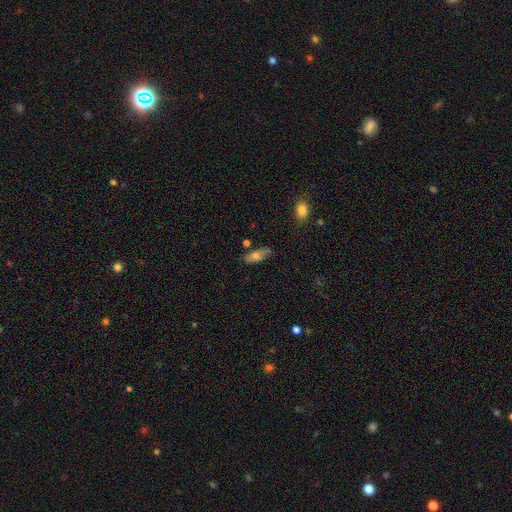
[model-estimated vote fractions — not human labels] smooth_or_featured: smooth (p=0.64) [alt: featured or disk p=0.28]
how_rounded: in between (p=0.81) [alt: cigar-shaped p=0.16]
merging: none (p=0.69) [alt: minor disturbance p=0.22]